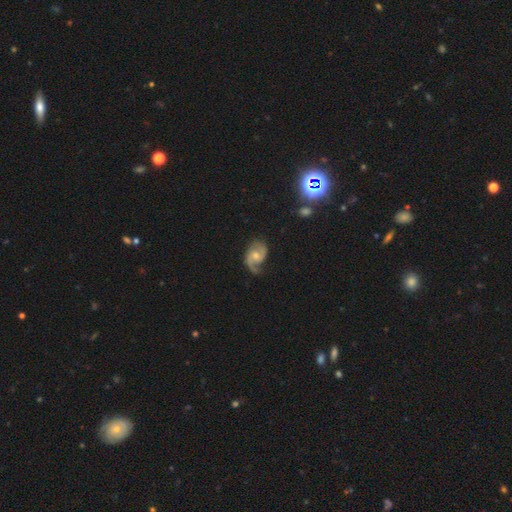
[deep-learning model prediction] Smooth or featured: featured or disk — 83% (smooth — 11%)
Edge-on disk: no — 98% (yes — 2%)
Bar: no — 57% (weak — 37%)
Spiral arms: yes — 95% (no — 5%)
Spiral winding: medium — 46% (loose — 35%)
Spiral arm count: 2 — 79% (1 — 13%)
Bulge size: moderate — 58% (small — 35%)
Merging: none — 56% (minor disturbance — 26%)